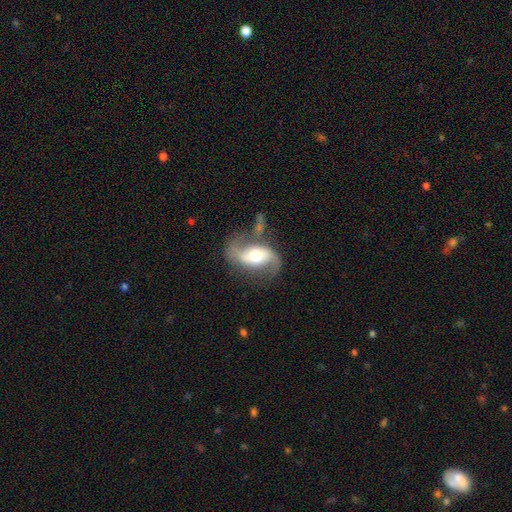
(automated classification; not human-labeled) Morphology: type=featured or disk (82%); edge-on=no (96%); bar=no (41%); spiral arms=yes (92%); winding=loose (56%); arm count=2 (91%); bulge=moderate (66%); merging=none (56%).